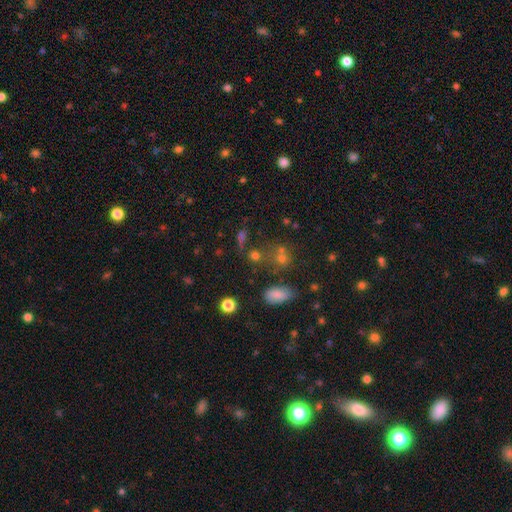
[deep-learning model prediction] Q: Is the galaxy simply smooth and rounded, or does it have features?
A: smooth — 53%.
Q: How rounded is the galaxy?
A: round — 61%.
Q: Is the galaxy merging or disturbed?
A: none — 54%.